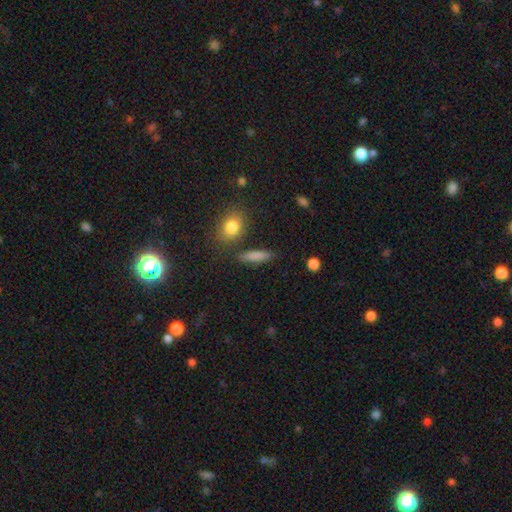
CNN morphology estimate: Smooth or featured? smooth (81%)
How rounded? cigar-shaped (66%)
Merging? none (83%)